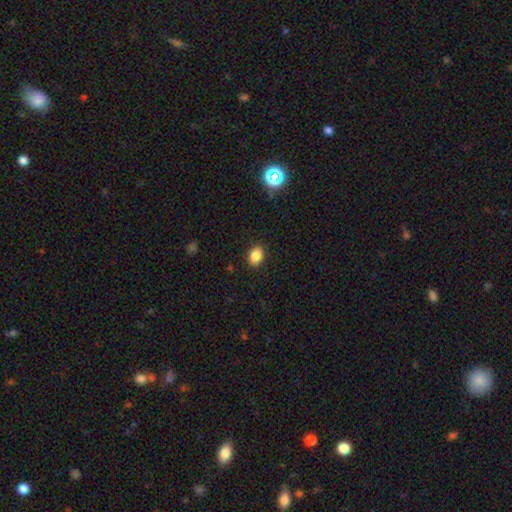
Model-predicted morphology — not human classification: Smooth or featured? Predicted: smooth (p=0.85). How rounded? Predicted: in between (p=0.76). Merging? Predicted: none (p=0.89).